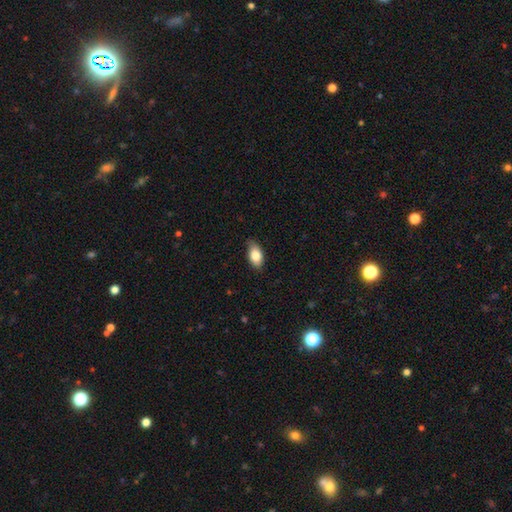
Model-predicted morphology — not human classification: smooth-or-featured: smooth: 82% | featured or disk: 12% | star or artifact: 7%
  how-rounded: in between: 90% | round: 6% | cigar-shaped: 4%
  merging: none: 78% | minor disturbance: 18% | major disturbance: 3% | merger: 1%